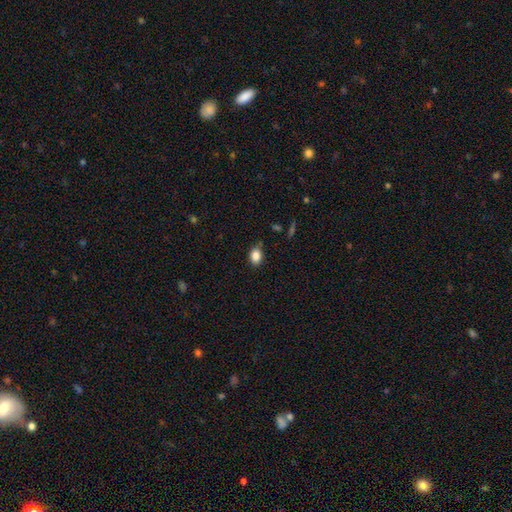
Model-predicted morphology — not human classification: This appears to be a smooth galaxy with no disk features (86%) that is in between round and cigar-shaped (73%). Merging: none (79%).